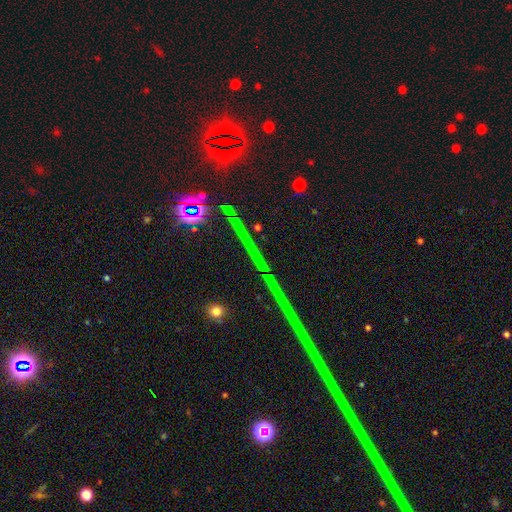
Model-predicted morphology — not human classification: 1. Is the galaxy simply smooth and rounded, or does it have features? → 83% star or artifact, 10% featured or disk, 7% smooth.